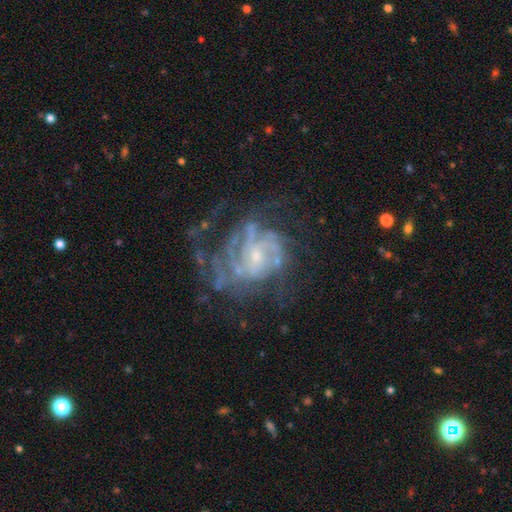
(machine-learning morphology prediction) Overall: featured or disk (84%). Edge-on disk: no (98%). Bar: no (64%; weak 30%). Spiral arms: yes (90%). Spiral arm count: can't tell (38%; 4 19%). Spiral winding: tight (51%; medium 37%). Bulge size: small (70%). Merging: none (51%; major disturbance 27%).